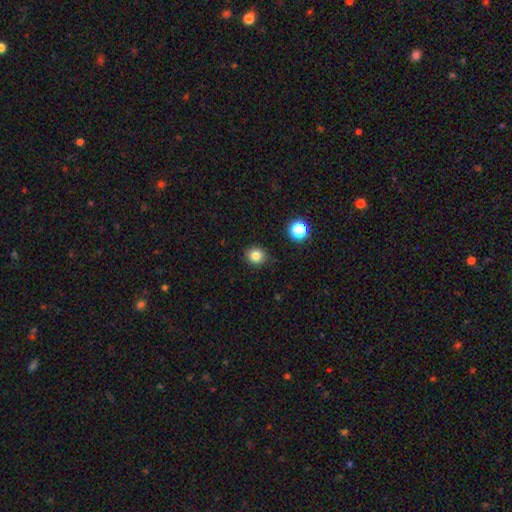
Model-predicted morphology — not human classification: smooth-or-featured: smooth: 82% | star or artifact: 12% | featured or disk: 5%
  how-rounded: round: 87% | in between: 12% | cigar-shaped: 1%
  merging: none: 89% | minor disturbance: 7% | major disturbance: 2% | merger: 2%